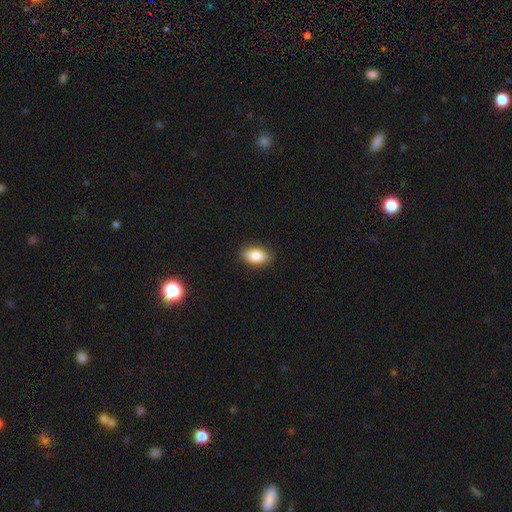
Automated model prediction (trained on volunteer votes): The model was most divided on "smooth or featured": smooth: 84%, featured or disk: 8%, star or artifact: 8%. More confident: how rounded — in between (90%); merging — none (88%).